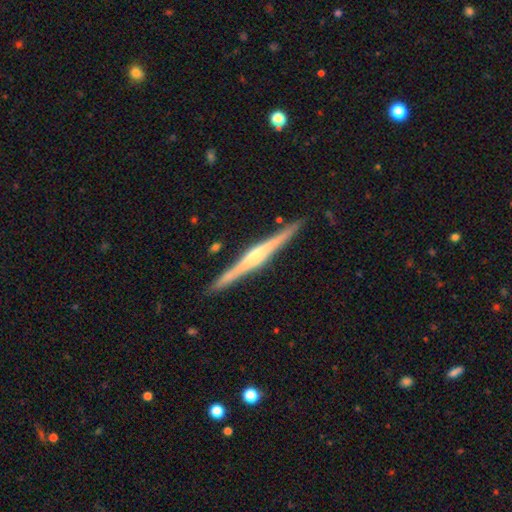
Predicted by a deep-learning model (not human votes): Q: Smooth or featured?
A: featured or disk (80%); runner-up: smooth (16%)
Q: Edge-on disk?
A: yes (98%); runner-up: no (2%)
Q: Edge-on bulge?
A: rounded (66%); runner-up: boxy (19%)
Q: Merging?
A: none (90%); runner-up: minor disturbance (7%)